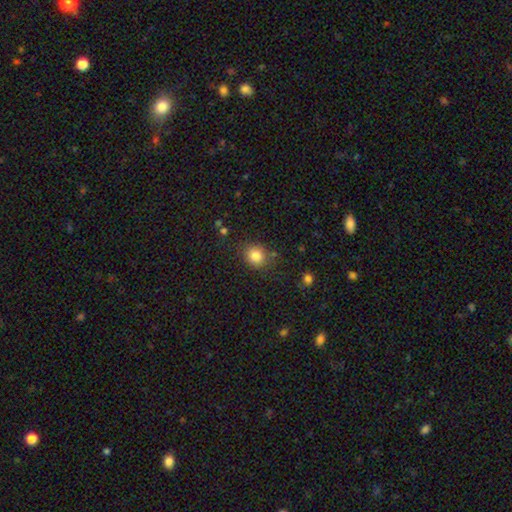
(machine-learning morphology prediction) The model was most divided on "how rounded": round: 76%, in between: 24%, cigar-shaped: 1%. More confident: smooth or featured — smooth (83%); merging — none (81%).